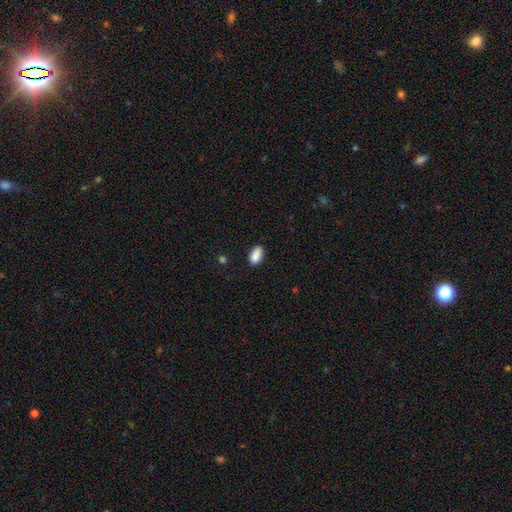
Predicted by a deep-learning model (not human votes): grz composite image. It shows a smooth galaxy with no disk features (88%) that is in between round and cigar-shaped (89%). Merging: none (80%).